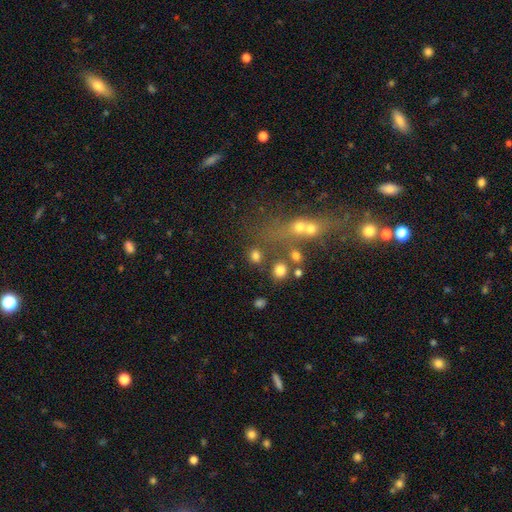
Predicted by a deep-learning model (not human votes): Smooth or featured: smooth — 74% (star or artifact — 17%)
How rounded: round — 72% (in between — 26%)
Merging: none — 66% (merger — 17%)